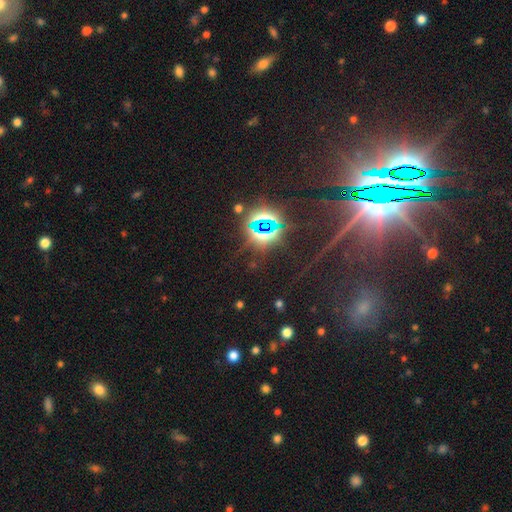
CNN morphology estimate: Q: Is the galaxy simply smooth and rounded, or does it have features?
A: star or artifact — 83%.